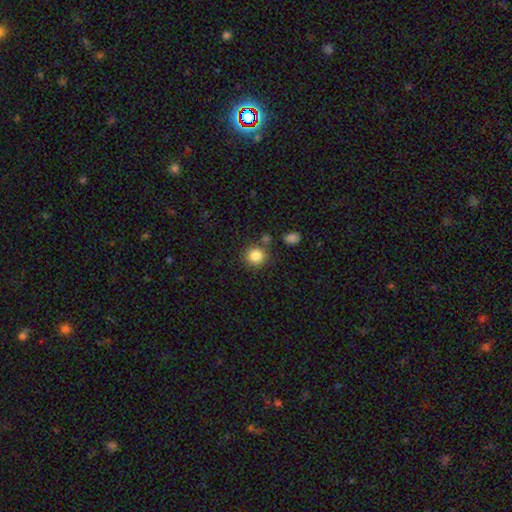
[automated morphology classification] Overall: smooth (85%). How rounded: round (91%). Merging: none (81%).